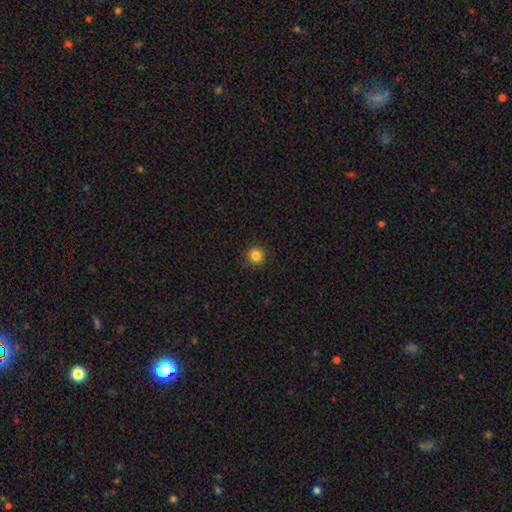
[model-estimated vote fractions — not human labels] This is clearly a smooth galaxy (84%). How rounded: clearly round (96%). Merging: clearly none (92%).